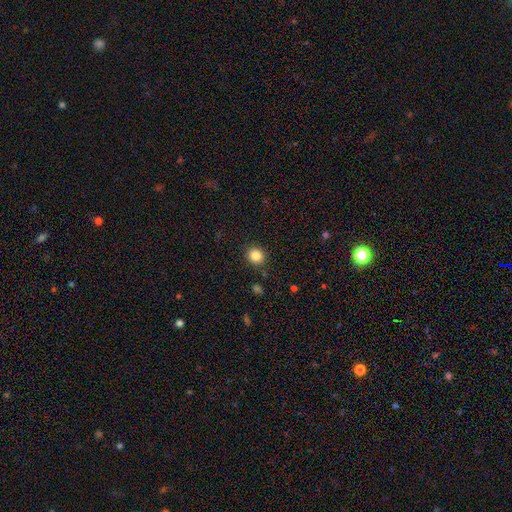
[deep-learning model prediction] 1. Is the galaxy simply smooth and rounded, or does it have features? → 85% smooth, 11% star or artifact, 4% featured or disk.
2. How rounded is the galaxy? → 85% round, 14% in between, 1% cigar-shaped.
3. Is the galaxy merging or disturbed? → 88% none, 7% minor disturbance, 2% major disturbance, 2% merger.